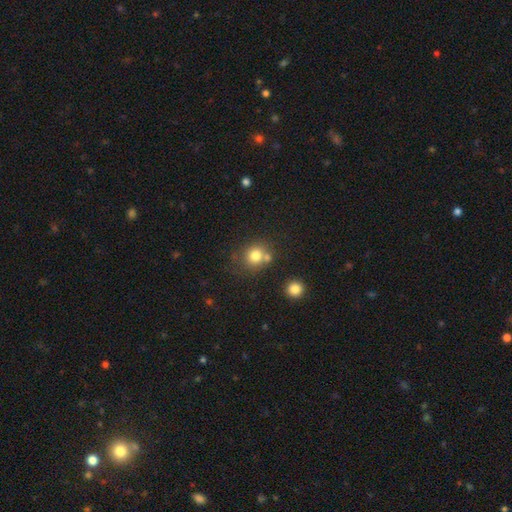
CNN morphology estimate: smooth 78%, star or artifact 12%, featured or disk 10%. Down the decision tree: how rounded — round (83%); merging — none (60%).